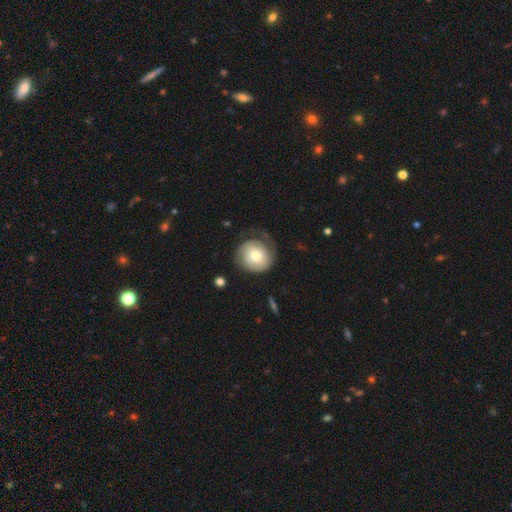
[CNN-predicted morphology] smooth_or_featured: featured or disk (p=0.56) [alt: smooth p=0.38]
disk_edge_on: no (p=0.97) [alt: yes p=0.03]
bar: no (p=0.72) [alt: weak p=0.23]
has_spiral_arms: yes (p=0.85) [alt: no p=0.15]
bulge_size: moderate (p=0.60) [alt: small p=0.26]
merging: none (p=0.56) [alt: minor disturbance p=0.22]